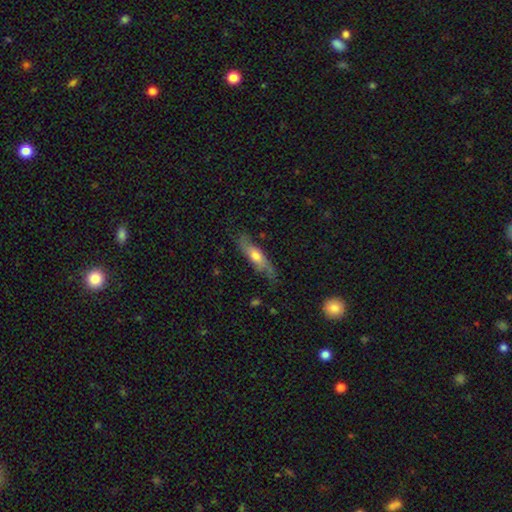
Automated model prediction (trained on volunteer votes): A featured or disk galaxy (47%, tied with smooth). Merging: none (66%).